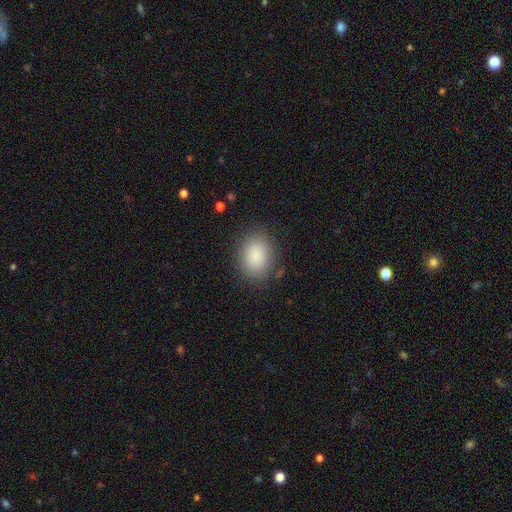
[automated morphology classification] Smooth or featured? Predicted: smooth (p=0.87). How rounded? Predicted: in between (p=0.64). Merging? Predicted: none (p=0.84).